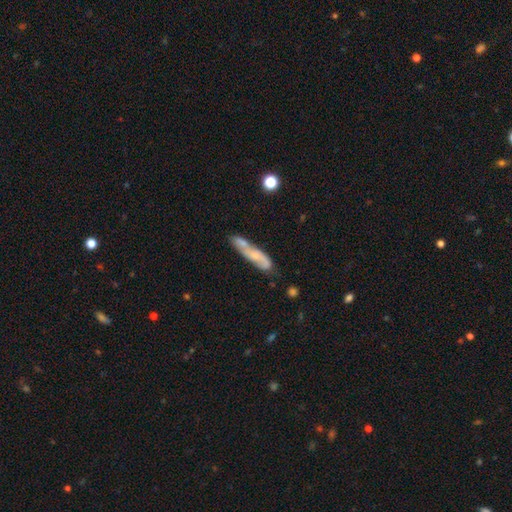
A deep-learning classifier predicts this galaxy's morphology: Smooth or featured?
  - featured or disk: 47% *
  - smooth: 46%
  - star or artifact: 7%
Merging?
  - none: 45% *
  - merger: 28%
  - minor disturbance: 19%
  - major disturbance: 8%